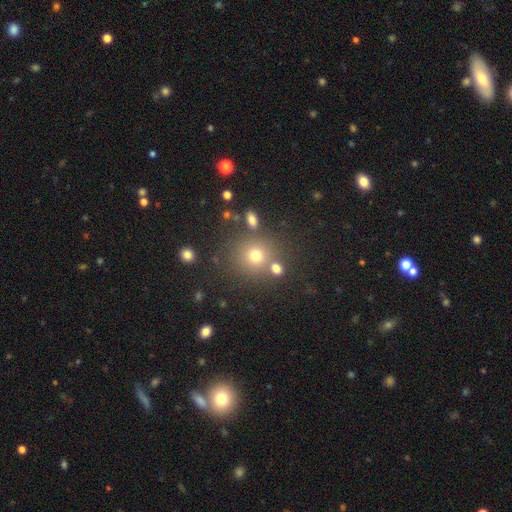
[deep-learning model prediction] Morphology: type=smooth (72%); roundness=round (88%); merging=none (73%).